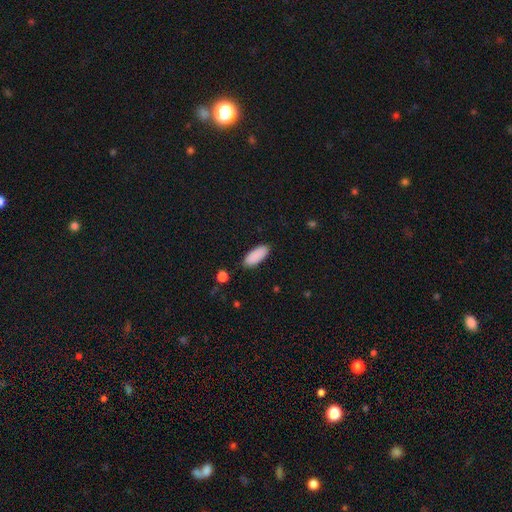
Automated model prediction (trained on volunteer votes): Morphology: type=smooth (90%); roundness=in between (80%); merging=none (87%).